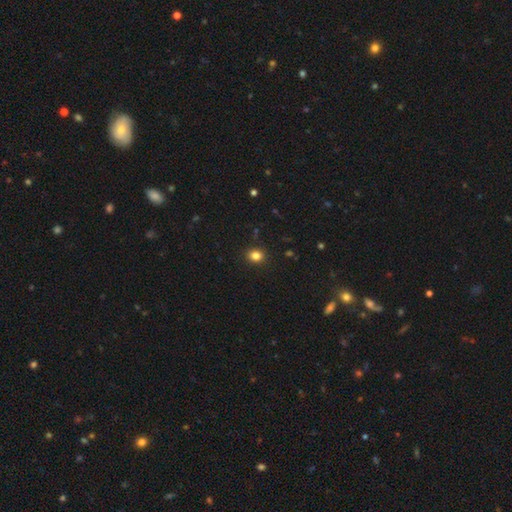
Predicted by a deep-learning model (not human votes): Smooth or featured? smooth (83%)
How rounded? round (65%)
Merging? none (90%)